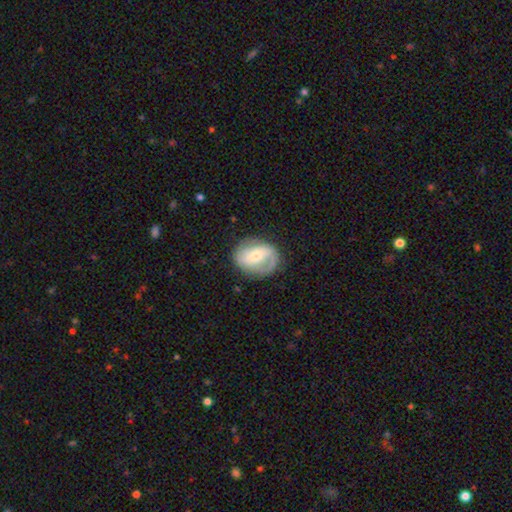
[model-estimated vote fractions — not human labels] A featured or disk galaxy (65%) with no bar (41%), 2 (72%) medium (41%) spiral arms (82%) and a small central bulge (50%). Merging: none (73%).